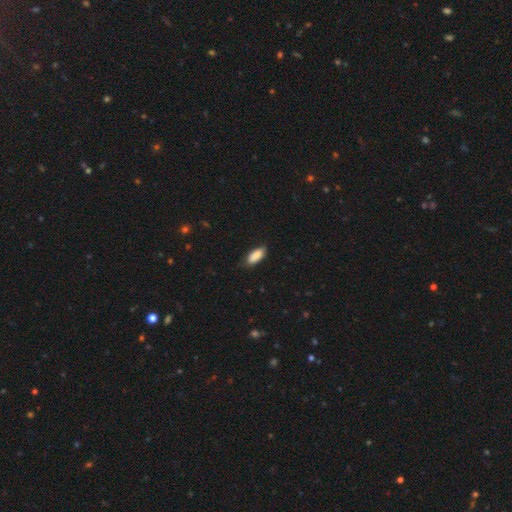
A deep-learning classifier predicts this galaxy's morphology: Overall: smooth (89%). How rounded: in between (83%). Merging: none (76%).